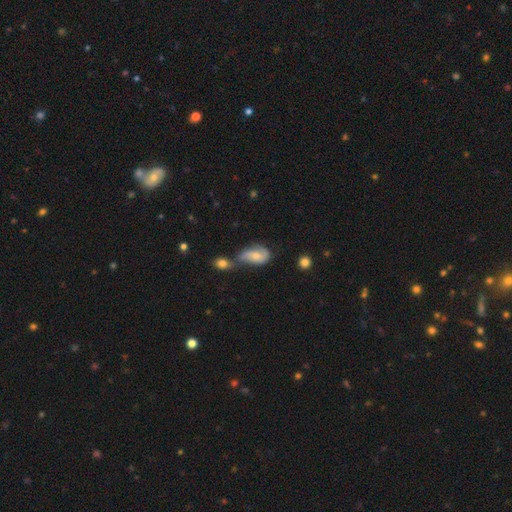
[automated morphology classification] Smooth or featured? Predicted: smooth (p=0.57). How rounded? Predicted: in between (p=0.89). Merging? Predicted: merger (p=0.43).